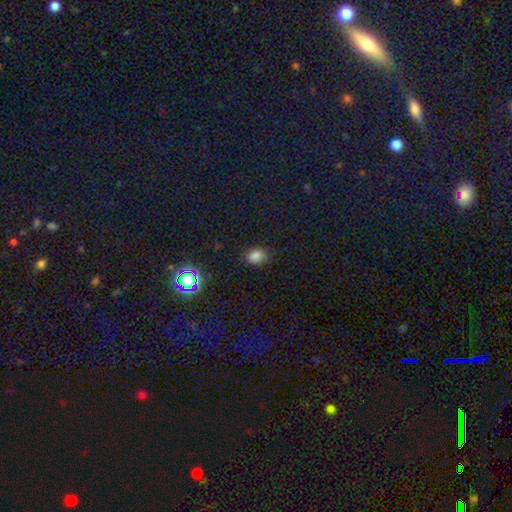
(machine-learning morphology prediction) smooth-or-featured: smooth: 80% | star or artifact: 15% | featured or disk: 5%
  how-rounded: in between: 63% | round: 36% | cigar-shaped: 1%
  merging: none: 78% | minor disturbance: 17% | major disturbance: 3% | merger: 1%